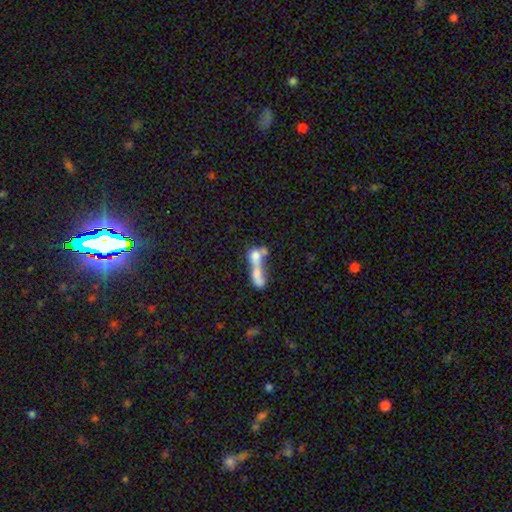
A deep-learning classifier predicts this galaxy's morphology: Smooth or featured: smooth — 59% (featured or disk — 29%)
How rounded: in between — 44% (round — 31%)
Merging: merger — 73% (none — 13%)